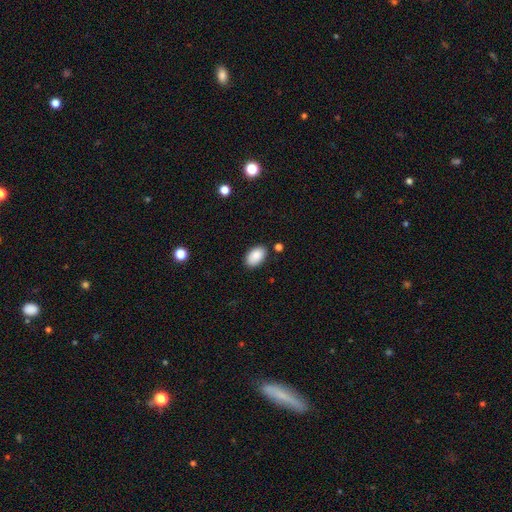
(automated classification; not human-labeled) smooth 88%, star or artifact 7%, featured or disk 5%. Down the decision tree: how rounded — in between (94%); merging — none (84%).